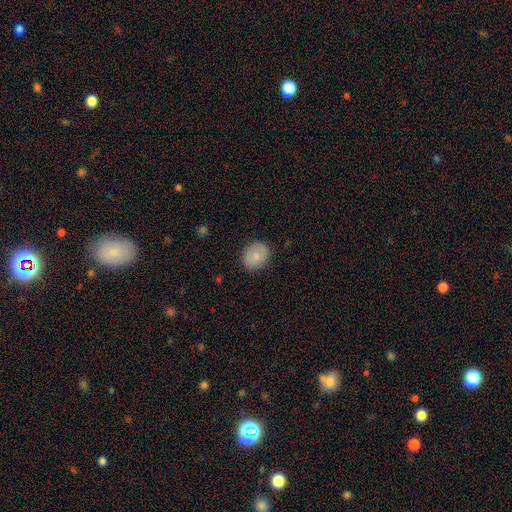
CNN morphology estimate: The model was most divided on "how rounded": round: 55%, in between: 44%, cigar-shaped: 1%. More confident: merging — none (86%); smooth or featured — smooth (80%).